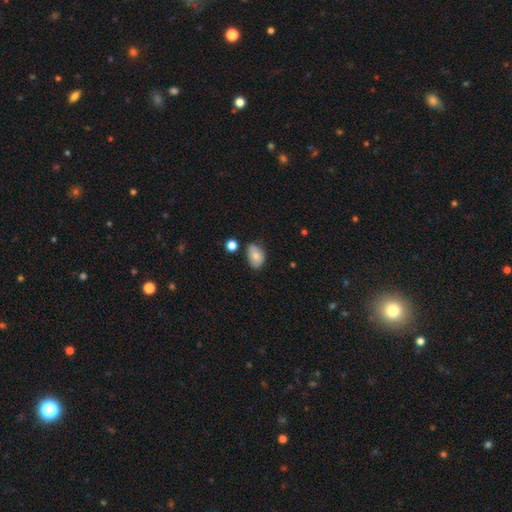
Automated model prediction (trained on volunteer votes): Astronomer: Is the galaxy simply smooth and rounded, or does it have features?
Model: smooth — 76%.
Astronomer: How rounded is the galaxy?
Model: in between — 84%.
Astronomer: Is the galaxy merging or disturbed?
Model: none — 64%.